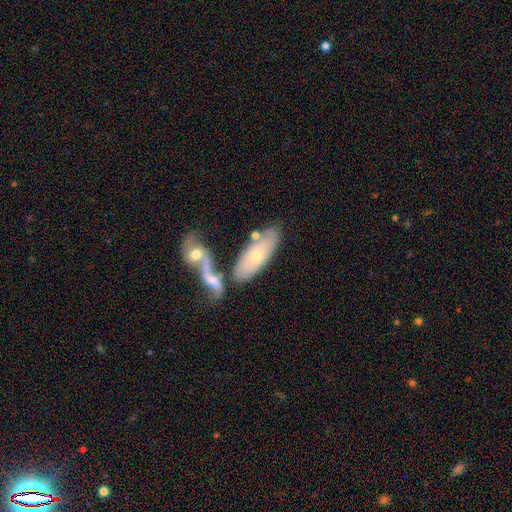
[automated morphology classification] Q: Smooth or featured?
A: smooth (52%); runner-up: featured or disk (41%)
Q: How rounded?
A: in between (72%); runner-up: cigar-shaped (25%)
Q: Merging?
A: none (50%); runner-up: merger (29%)